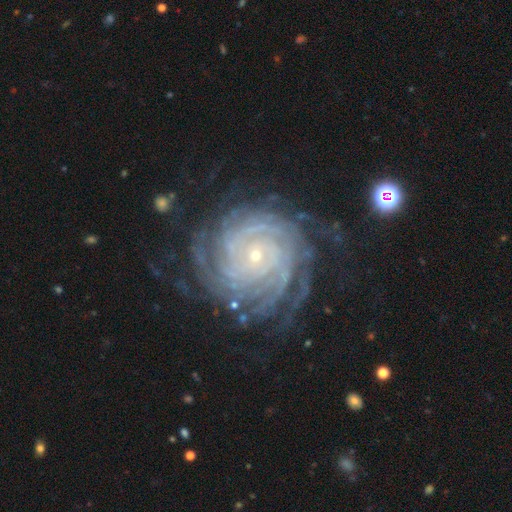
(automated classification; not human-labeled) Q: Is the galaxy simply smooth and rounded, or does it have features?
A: featured or disk — 89%.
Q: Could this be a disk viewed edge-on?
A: no — 98%.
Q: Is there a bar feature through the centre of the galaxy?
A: no — 75%.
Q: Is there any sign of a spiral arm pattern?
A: yes — 98%.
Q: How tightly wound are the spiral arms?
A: tight — 86%.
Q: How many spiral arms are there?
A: more than 4 — 33%.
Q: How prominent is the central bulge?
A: small — 84%.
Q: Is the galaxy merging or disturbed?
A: none — 75%.